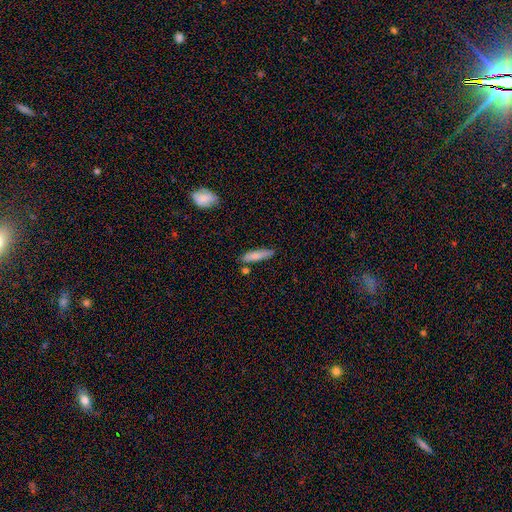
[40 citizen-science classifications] Smooth or featured: smooth — 82% (featured or disk — 10%)
How rounded: cigar-shaped — 73% (in between — 27%)
Merging: none — 84% (minor disturbance — 11%)